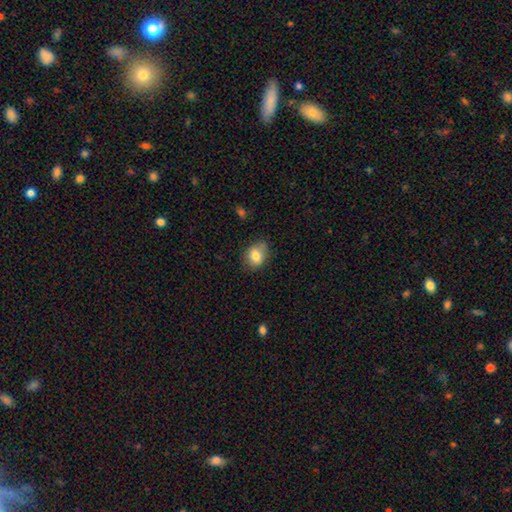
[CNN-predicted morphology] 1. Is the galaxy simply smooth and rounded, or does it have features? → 78% smooth, 14% featured or disk, 8% star or artifact.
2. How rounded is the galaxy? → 63% in between, 36% round, 1% cigar-shaped.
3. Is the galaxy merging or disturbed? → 71% none, 22% minor disturbance, 4% major disturbance, 2% merger.